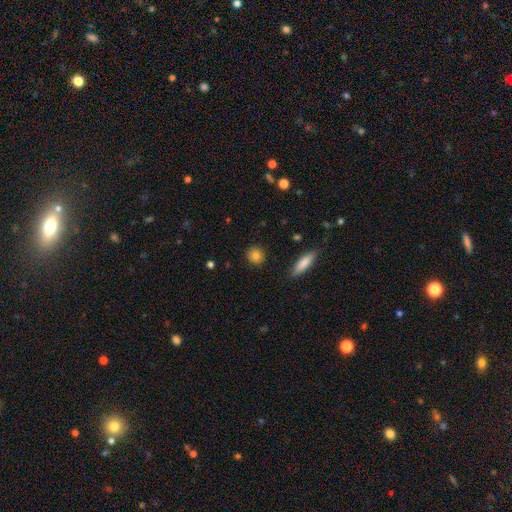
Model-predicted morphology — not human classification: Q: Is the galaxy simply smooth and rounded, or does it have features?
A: smooth — 81%.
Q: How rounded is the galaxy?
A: round — 86%.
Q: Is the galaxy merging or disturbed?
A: none — 89%.